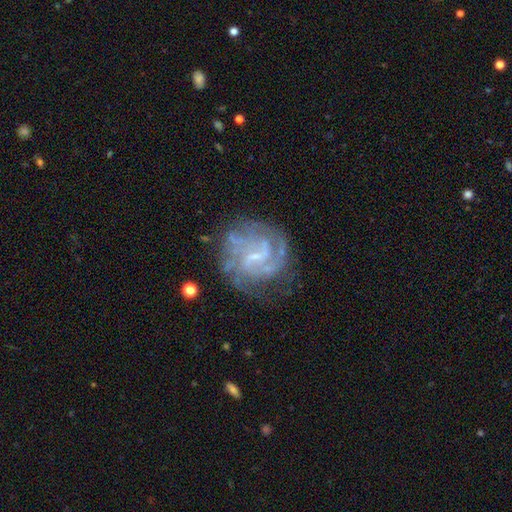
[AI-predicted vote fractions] Q: Smooth or featured?
A: featured or disk (83%); runner-up: smooth (9%)
Q: Edge-on disk?
A: no (98%); runner-up: yes (2%)
Q: Bar?
A: weak (57%); runner-up: no (28%)
Q: Spiral arms?
A: yes (89%); runner-up: no (11%)
Q: Spiral winding?
A: tight (44%); runner-up: medium (40%)
Q: Spiral arm count?
A: can't tell (36%); runner-up: 2 (24%)
Q: Bulge size?
A: small (65%); runner-up: none (20%)
Q: Merging?
A: none (67%); runner-up: minor disturbance (18%)